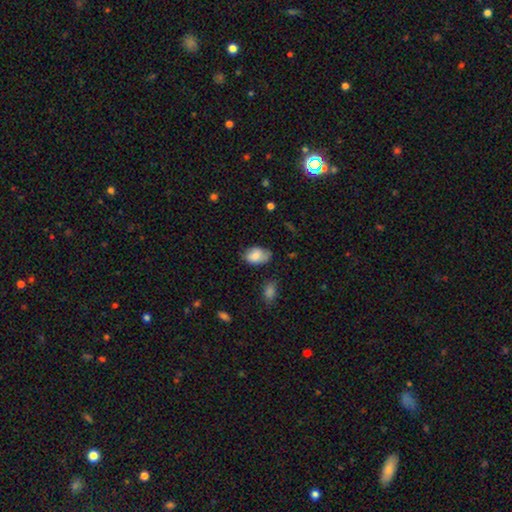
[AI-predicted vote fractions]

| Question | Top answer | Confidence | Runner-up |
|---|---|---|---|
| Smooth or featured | smooth | 80% | featured or disk (13%) |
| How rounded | in between | 88% | round (11%) |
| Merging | none | 61% | minor disturbance (30%) |